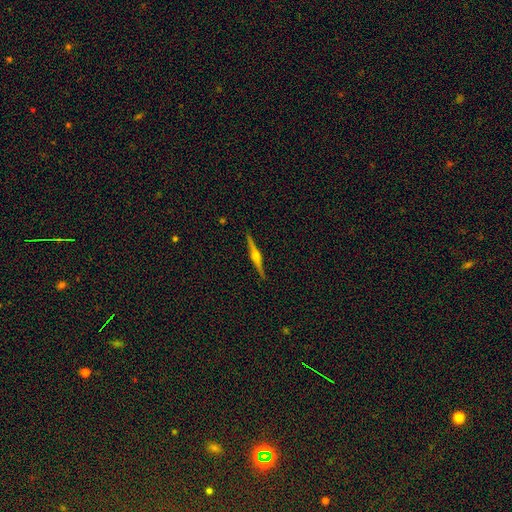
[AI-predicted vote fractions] Smooth or featured?
  - featured or disk: 80% *
  - smooth: 13%
  - star or artifact: 6%
Edge-on disk?
  - yes: 98% *
  - no: 2%
Edge-on bulge?
  - rounded: 86% *
  - boxy: 10%
  - none: 4%
Merging?
  - none: 91% *
  - minor disturbance: 6%
  - major disturbance: 1%
  - merger: 1%